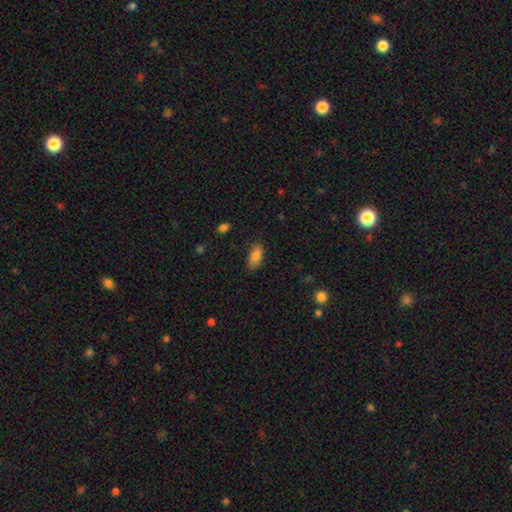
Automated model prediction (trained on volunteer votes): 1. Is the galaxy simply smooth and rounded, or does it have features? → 84% smooth, 8% star or artifact, 8% featured or disk.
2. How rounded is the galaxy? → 90% in between, 7% cigar-shaped, 3% round.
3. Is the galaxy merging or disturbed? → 76% none, 19% minor disturbance, 4% major disturbance, 1% merger.